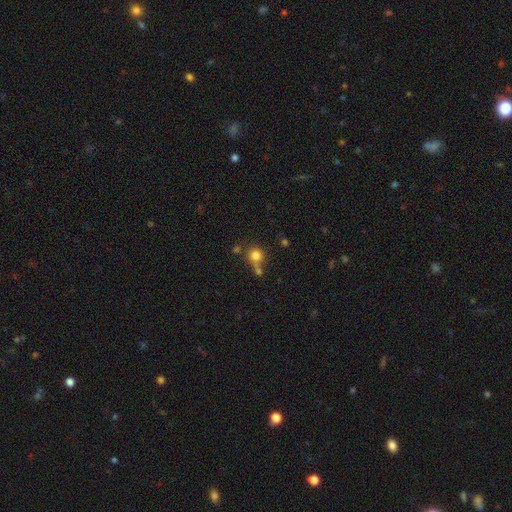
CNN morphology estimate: Q: Smooth or featured?
A: smooth (79%); runner-up: star or artifact (13%)
Q: How rounded?
A: round (88%); runner-up: in between (11%)
Q: Merging?
A: none (55%); runner-up: merger (27%)